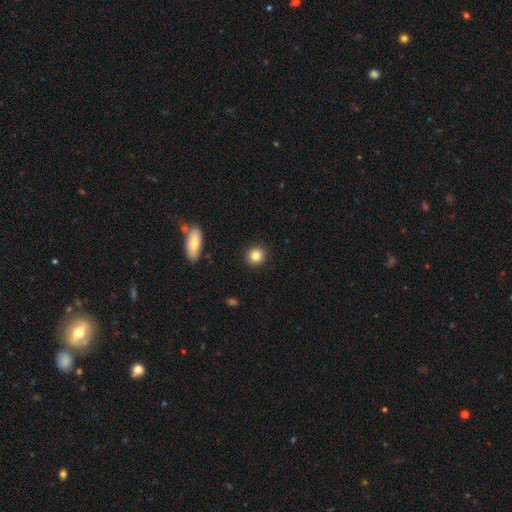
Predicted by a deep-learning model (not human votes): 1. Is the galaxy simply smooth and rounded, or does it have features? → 83% smooth, 10% star or artifact, 7% featured or disk.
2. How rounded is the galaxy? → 90% round, 9% in between, 1% cigar-shaped.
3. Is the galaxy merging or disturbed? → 92% none, 5% minor disturbance, 2% major disturbance, 1% merger.